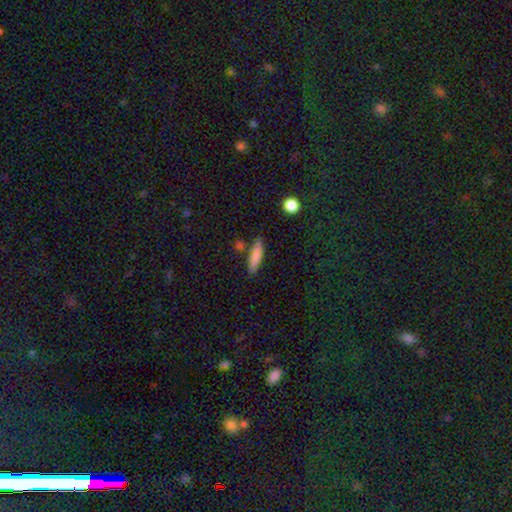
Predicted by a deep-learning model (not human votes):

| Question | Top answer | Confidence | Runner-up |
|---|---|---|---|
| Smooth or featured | smooth | 80% | featured or disk (13%) |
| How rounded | cigar-shaped | 80% | in between (18%) |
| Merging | none | 79% | minor disturbance (12%) |